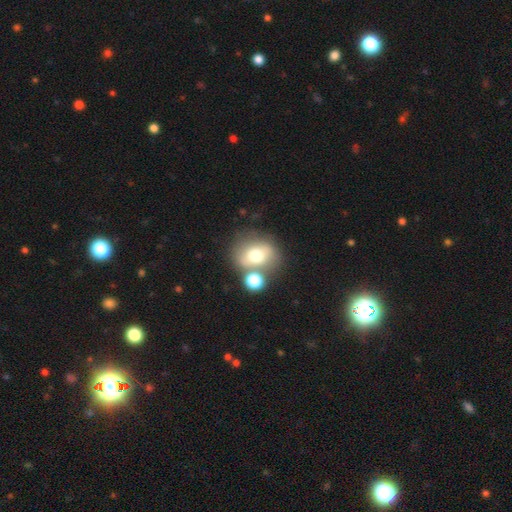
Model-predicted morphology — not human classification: A smooth galaxy with no disk features (60%) that is round (59%). Merging: none (52%).